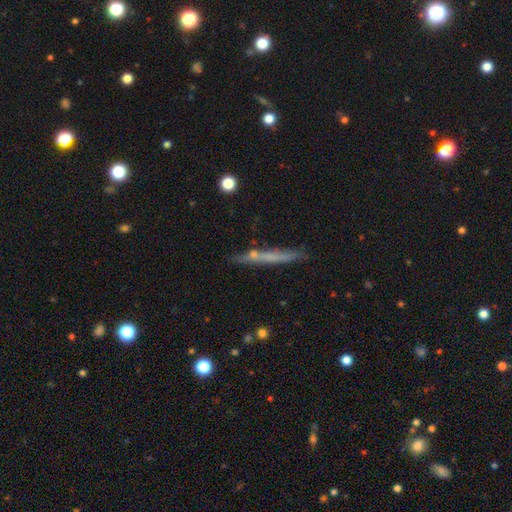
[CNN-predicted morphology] type=smooth (50%); roundness=cigar-shaped (95%); merging=none (82%).